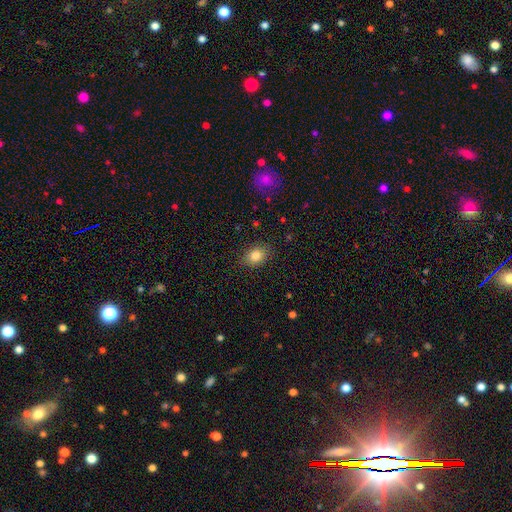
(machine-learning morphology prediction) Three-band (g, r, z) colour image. It shows a smooth galaxy with no disk features (83%) that is in between round and cigar-shaped (70%). Merging: none (85%).